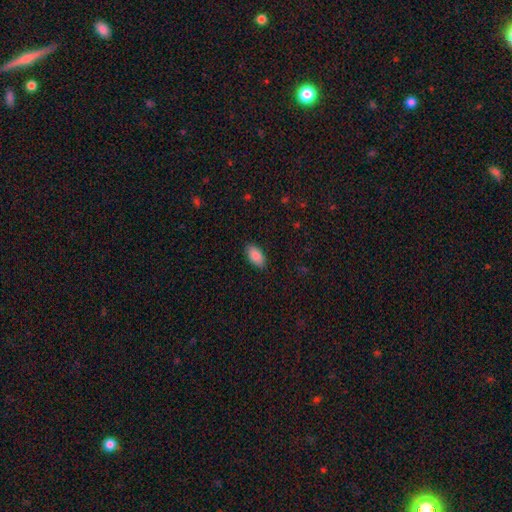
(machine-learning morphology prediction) This is clearly a smooth galaxy (88%). How rounded: clearly in between (94%). Merging: clearly none (88%).